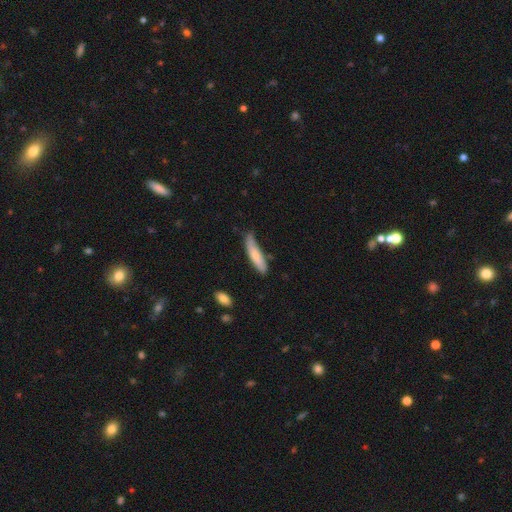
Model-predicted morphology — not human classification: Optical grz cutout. It shows a smooth galaxy with no disk features (69%) that is cigar-shaped (74%). Merging: none (59%).